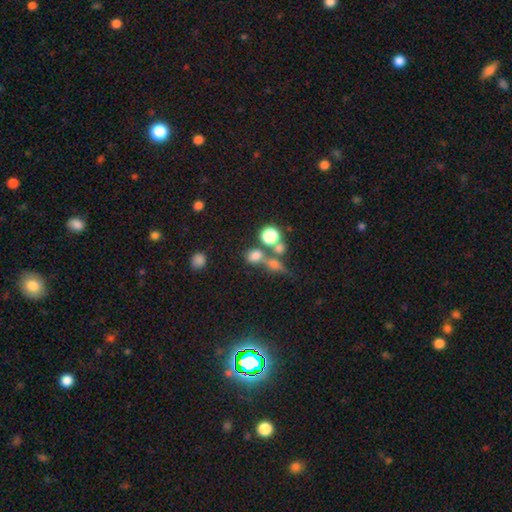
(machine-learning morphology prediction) smooth 67%, star or artifact 19%, featured or disk 14%. Down the decision tree: how rounded — round (57%); merging — none (46%).